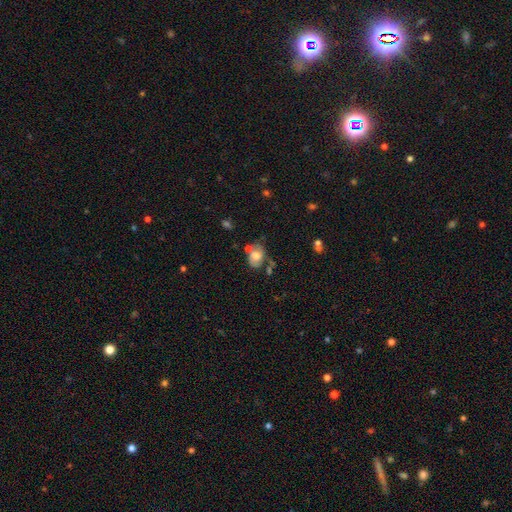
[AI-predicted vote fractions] Smooth or featured: smooth — 53% (featured or disk — 39%)
How rounded: in between — 76% (round — 22%)
Merging: none — 43% (minor disturbance — 24%)